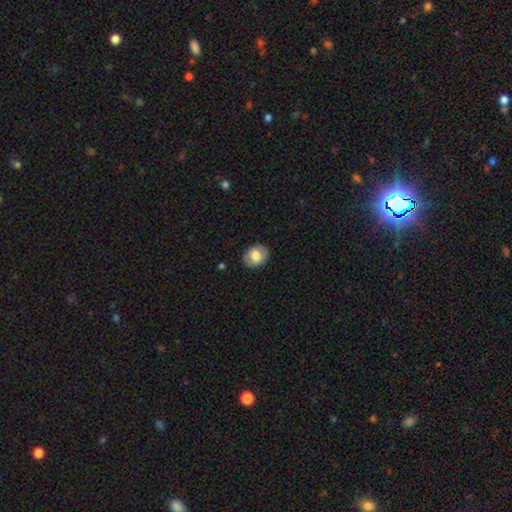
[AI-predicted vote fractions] This is likely a smooth galaxy (75%). How rounded: possibly in between (53%). Merging: clearly none (85%).